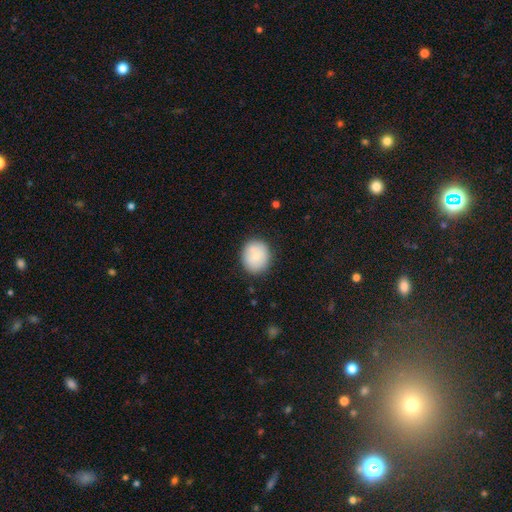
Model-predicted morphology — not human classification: This is clearly a smooth galaxy (81%). How rounded: likely round (76%). Merging: clearly none (81%).